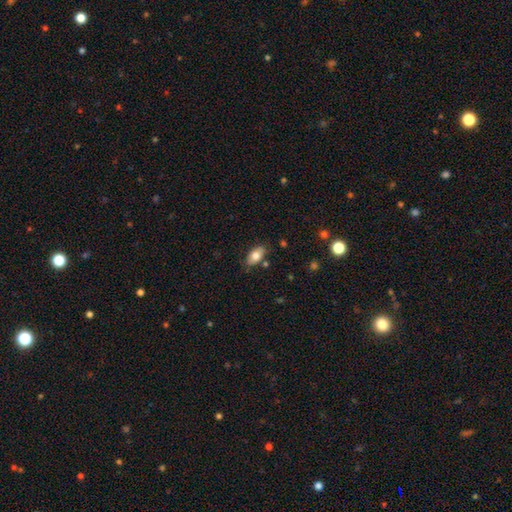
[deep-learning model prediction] smooth 76%, featured or disk 16%, star or artifact 8%. Down the decision tree: how rounded — in between (91%); merging — none (77%).